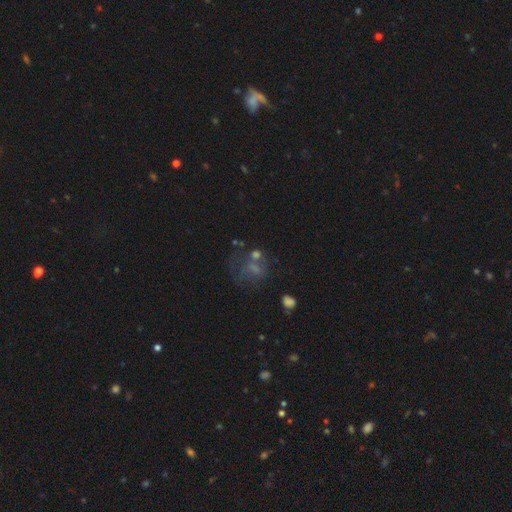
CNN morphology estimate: smooth-or-featured: smooth: 38% | featured or disk: 36% | star or artifact: 26%
  merging: none: 38% | major disturbance: 28% | minor disturbance: 18% | merger: 16%